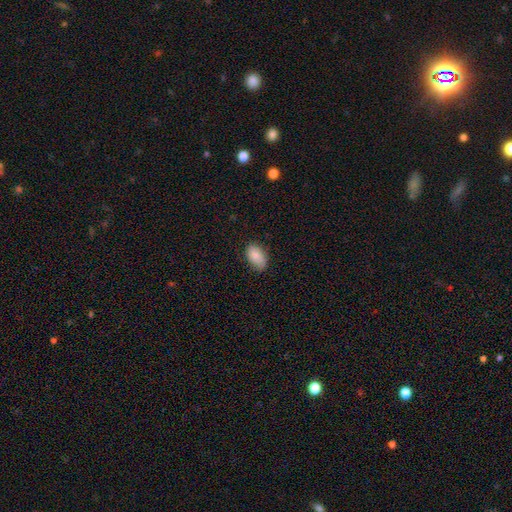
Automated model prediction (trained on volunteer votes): The model was most divided on "merging": none: 71%, minor disturbance: 24%, major disturbance: 4%, merger: 1%. More confident: how rounded — in between (92%); smooth or featured — smooth (83%).